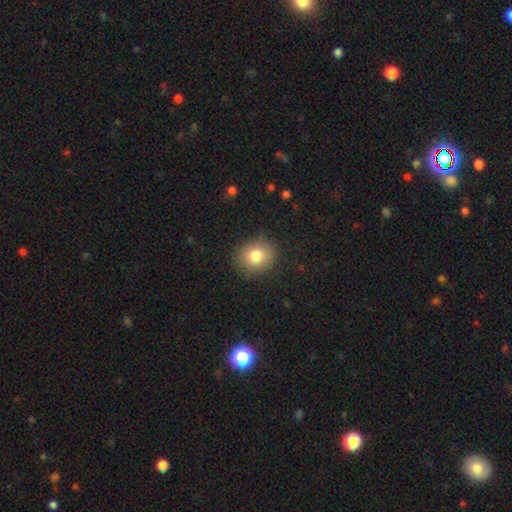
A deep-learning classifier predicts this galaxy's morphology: Overall: smooth (81%). How rounded: round (72%). Merging: none (85%).